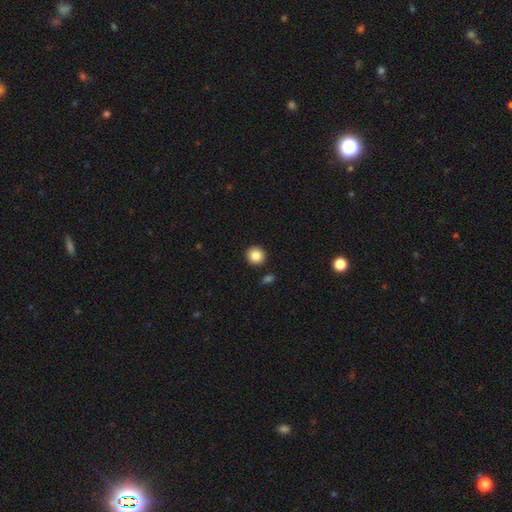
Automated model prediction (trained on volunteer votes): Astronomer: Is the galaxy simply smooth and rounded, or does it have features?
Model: smooth — 86%.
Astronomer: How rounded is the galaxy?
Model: round — 92%.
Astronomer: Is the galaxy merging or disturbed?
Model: none — 91%.